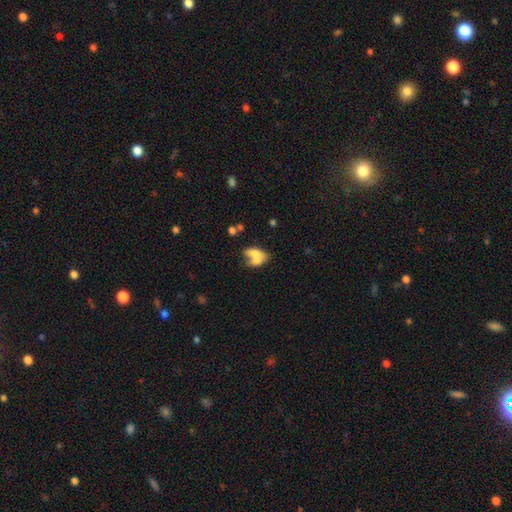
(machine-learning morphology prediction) The model was most divided on "smooth or featured": smooth: 63%, featured or disk: 28%, star or artifact: 9%. More confident: how rounded — in between (82%); merging — merger (60%).